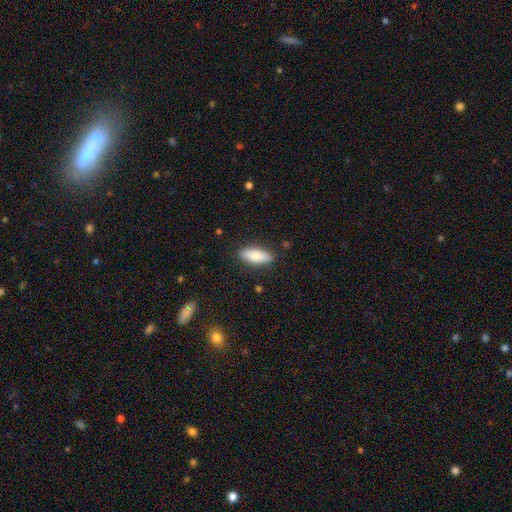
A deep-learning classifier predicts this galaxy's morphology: smooth_or_featured: smooth (p=0.77) [alt: featured or disk p=0.17]
how_rounded: in between (p=0.74) [alt: cigar-shaped p=0.24]
merging: none (p=0.87) [alt: minor disturbance p=0.10]